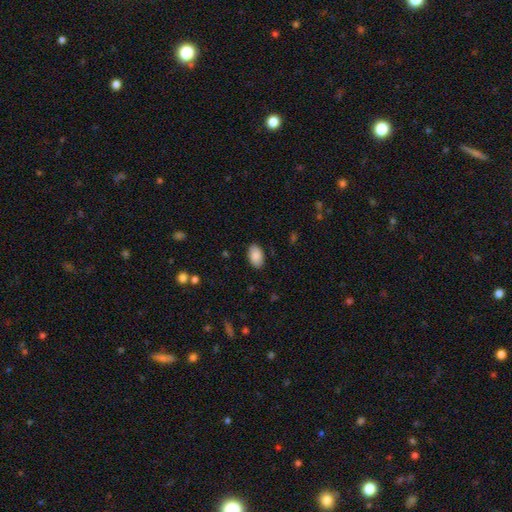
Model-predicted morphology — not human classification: Smooth or featured?
  - smooth: 88% *
  - star or artifact: 7%
  - featured or disk: 5%
How rounded?
  - in between: 94% *
  - round: 5%
  - cigar-shaped: 1%
Merging?
  - none: 88% *
  - minor disturbance: 9%
  - major disturbance: 2%
  - merger: 1%